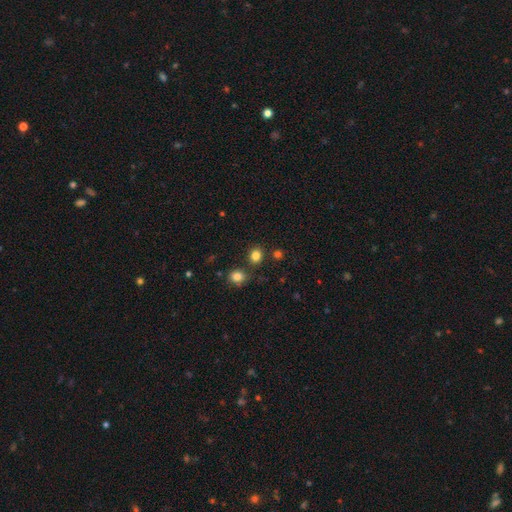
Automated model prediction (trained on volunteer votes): smooth 83%, star or artifact 13%, featured or disk 4%. Down the decision tree: how rounded — round (77%); merging — none (81%).